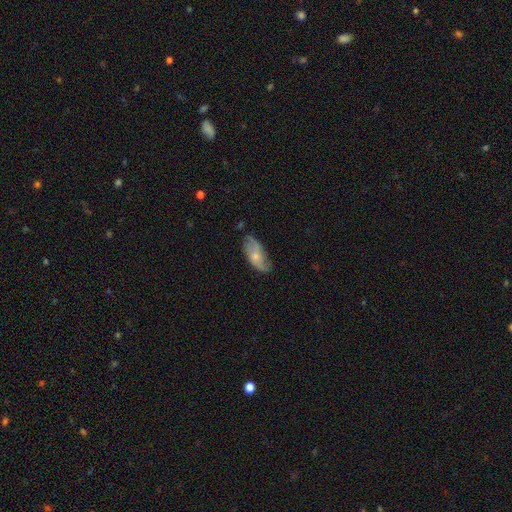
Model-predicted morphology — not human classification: A smooth galaxy with no disk features (49%). Merging: none (64%).